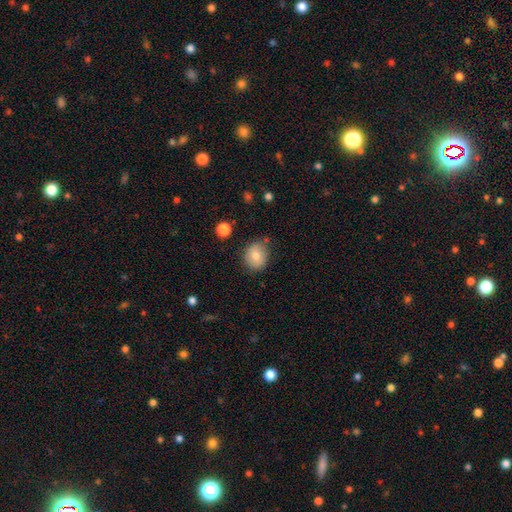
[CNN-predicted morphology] Smooth or featured? smooth (76%)
How rounded? round (75%)
Merging? none (74%)